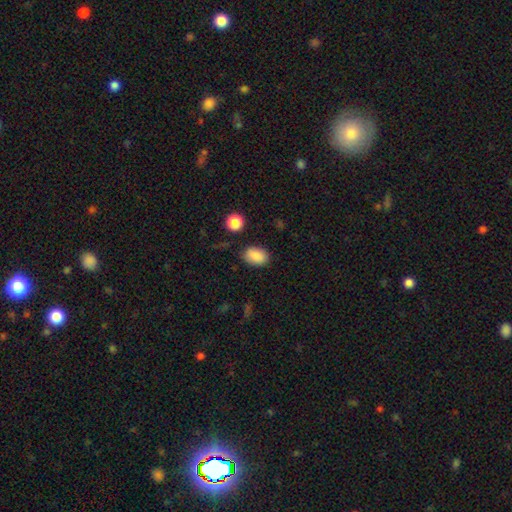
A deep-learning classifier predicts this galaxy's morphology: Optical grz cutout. It shows a smooth galaxy with no disk features (87%) that is in between round and cigar-shaped (81%). Merging: none (82%).